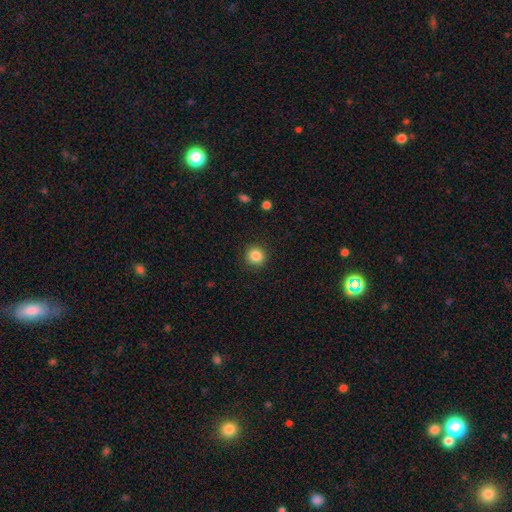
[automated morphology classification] This appears to be a smooth galaxy with no disk features (86%) that is round (93%). Merging: none (91%).